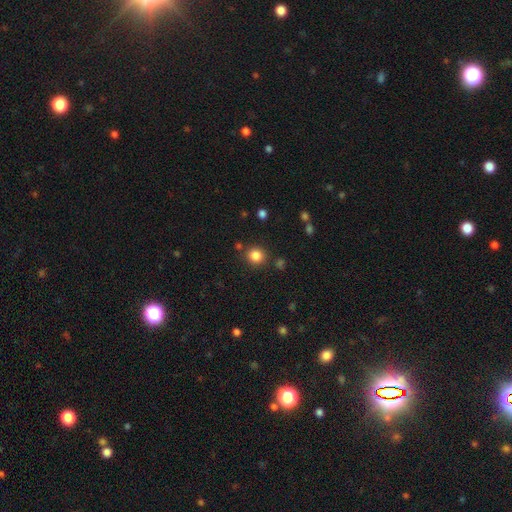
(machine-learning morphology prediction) Q: Smooth or featured?
A: smooth (84%); runner-up: star or artifact (12%)
Q: How rounded?
A: round (88%); runner-up: in between (11%)
Q: Merging?
A: none (85%); runner-up: minor disturbance (8%)